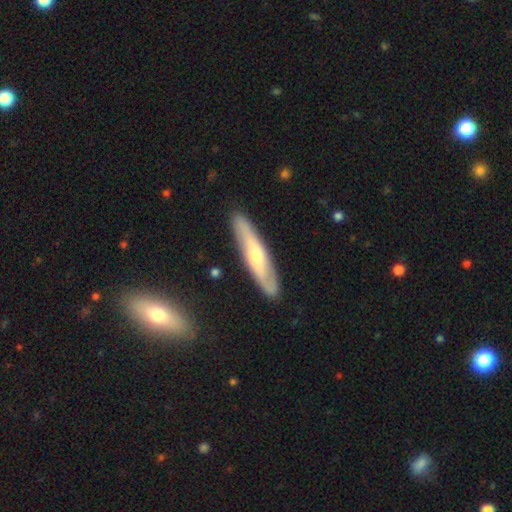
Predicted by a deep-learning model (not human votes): Smooth or featured? Predicted: featured or disk (p=0.52). Edge-on disk? Predicted: yes (p=0.62). Merging? Predicted: none (p=0.86).